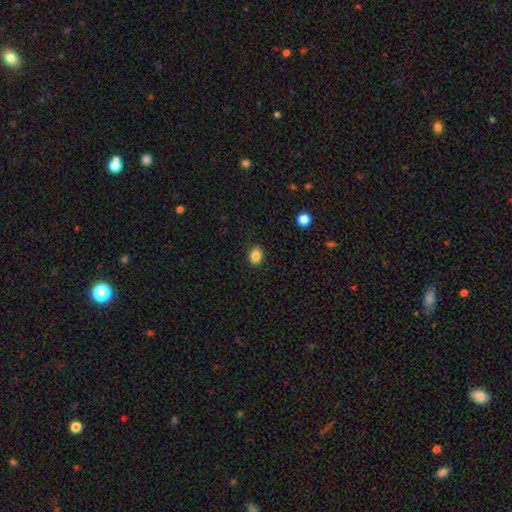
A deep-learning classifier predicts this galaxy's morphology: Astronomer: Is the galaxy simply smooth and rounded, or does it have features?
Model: smooth — 86%.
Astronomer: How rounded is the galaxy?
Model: in between — 59% (runner-up: round, 40%).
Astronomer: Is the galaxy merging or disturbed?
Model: none — 89%.